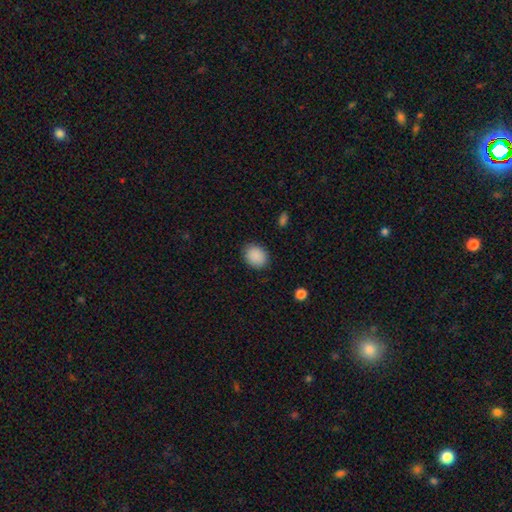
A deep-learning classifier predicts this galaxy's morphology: type=smooth (89%); roundness=round (53%); merging=none (87%).